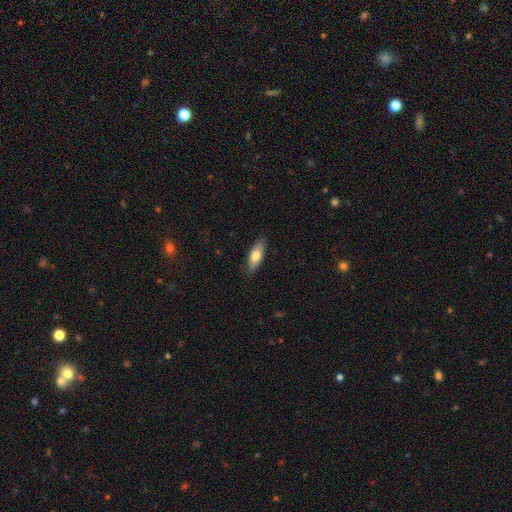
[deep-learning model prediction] Overall: smooth (74%). How rounded: in between (71%). Merging: none (85%).